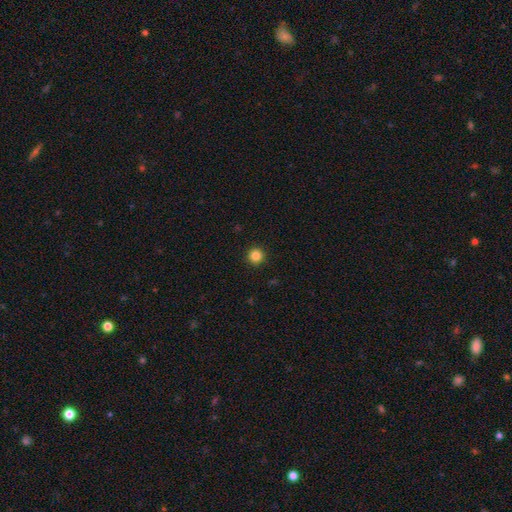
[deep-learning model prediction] Q: Smooth or featured?
A: smooth (84%); runner-up: star or artifact (12%)
Q: How rounded?
A: round (96%); runner-up: in between (3%)
Q: Merging?
A: none (93%); runner-up: minor disturbance (4%)